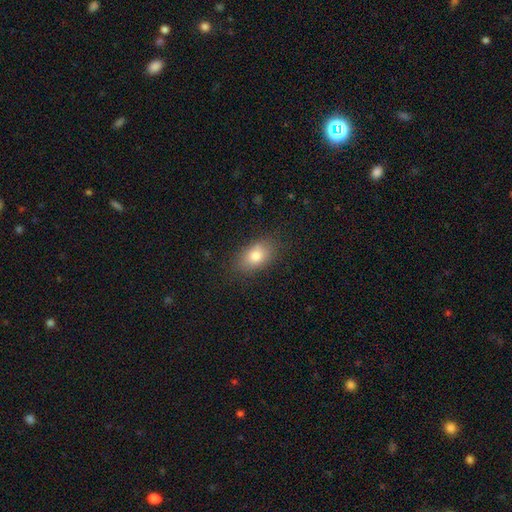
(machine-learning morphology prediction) smooth-or-featured: smooth: 80% | featured or disk: 11% | star or artifact: 9%
  how-rounded: in between: 85% | round: 13% | cigar-shaped: 2%
  merging: none: 82% | minor disturbance: 13% | major disturbance: 4% | merger: 1%